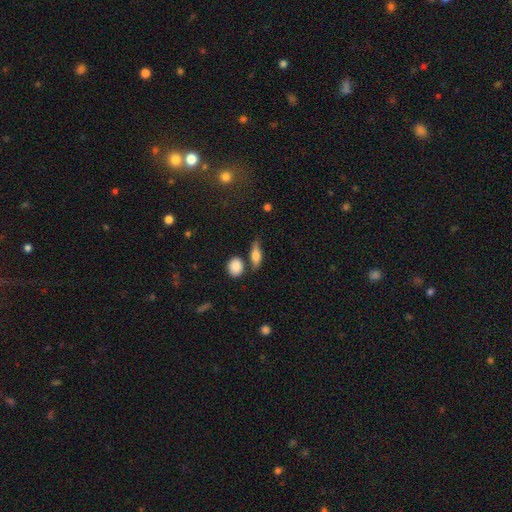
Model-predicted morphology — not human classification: The model was most divided on "how rounded": in between: 58%, cigar-shaped: 32%, round: 10%. More confident: merging — none (67%); smooth or featured — smooth (63%).